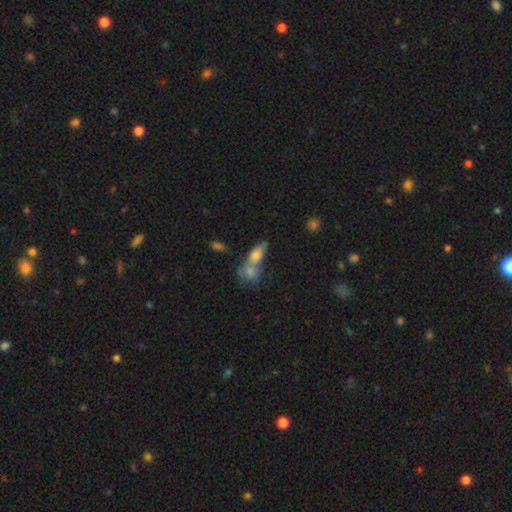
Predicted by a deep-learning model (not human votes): smooth_or_featured: smooth (p=0.70) [alt: featured or disk p=0.20]
how_rounded: in between (p=0.73) [alt: cigar-shaped p=0.17]
merging: merger (p=0.55) [alt: none p=0.30]